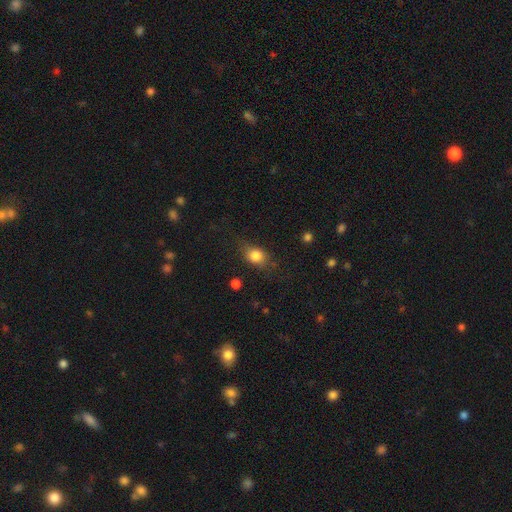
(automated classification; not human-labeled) smooth-or-featured: smooth: 80% | featured or disk: 10% | star or artifact: 10%
  how-rounded: in between: 58% | round: 39% | cigar-shaped: 3%
  merging: none: 67% | minor disturbance: 23% | major disturbance: 8% | merger: 2%